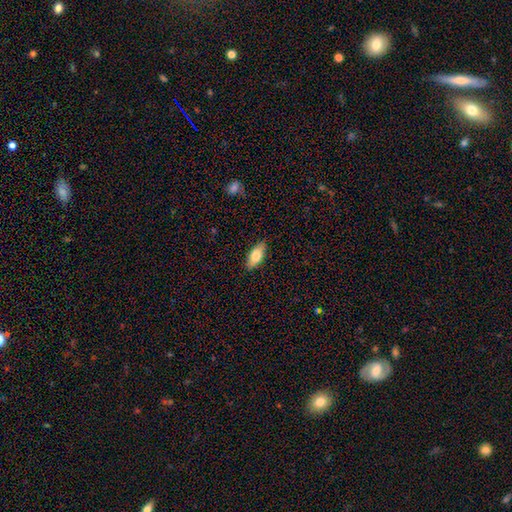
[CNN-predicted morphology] Smooth or featured? smooth (75%)
How rounded? in between (80%)
Merging? none (87%)